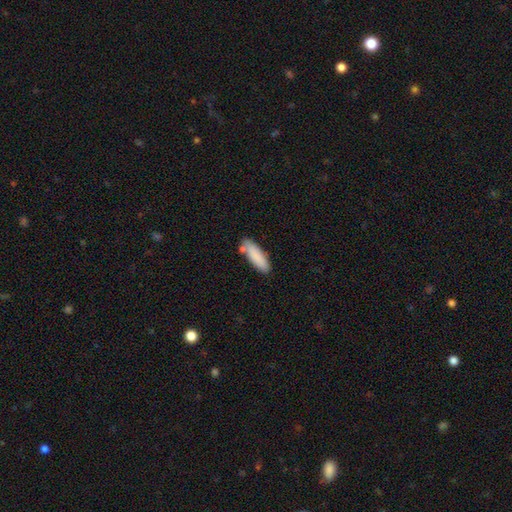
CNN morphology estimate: A smooth galaxy with no disk features (85%) that is cigar-shaped (53%).

Vote fractions:
- Smooth or featured? smooth: 85% / featured or disk: 8% / star or artifact: 6%
- How rounded? cigar-shaped: 53% / in between: 46% / round: 1%
- Merging? none: 73% / minor disturbance: 16% / merger: 8% / major disturbance: 3%